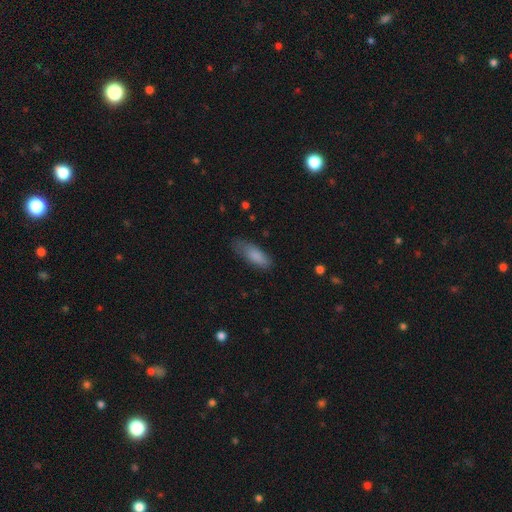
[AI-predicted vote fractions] Smooth or featured? Predicted: smooth (p=0.84). How rounded? Predicted: in between (p=0.68). Merging? Predicted: none (p=0.62).